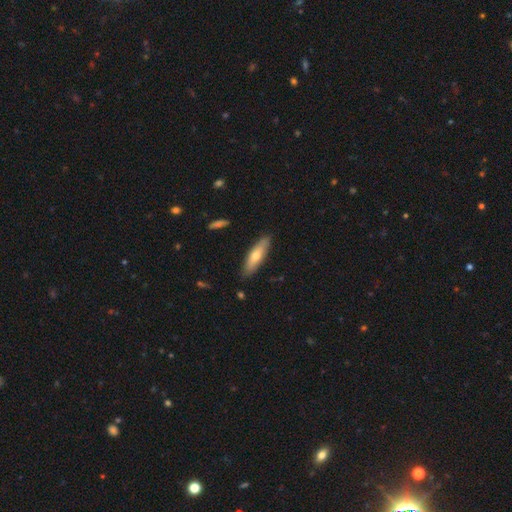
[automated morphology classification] type=smooth (59%); roundness=cigar-shaped (64%); merging=none (87%).